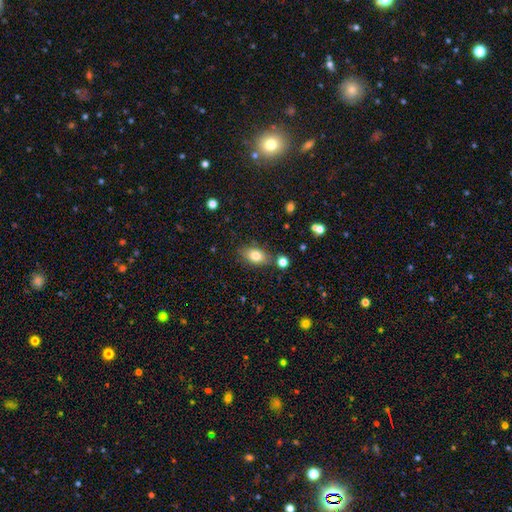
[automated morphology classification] This is clearly a smooth galaxy (80%). How rounded: clearly in between (84%). Merging: likely none (74%).